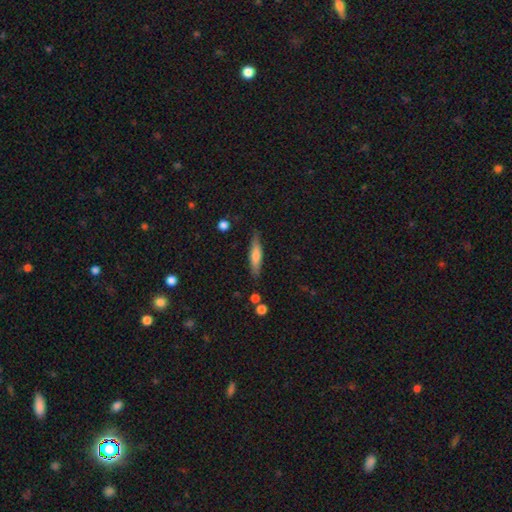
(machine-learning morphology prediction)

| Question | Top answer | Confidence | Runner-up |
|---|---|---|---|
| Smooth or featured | smooth | 61% | featured or disk (32%) |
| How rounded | cigar-shaped | 80% | in between (18%) |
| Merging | none | 84% | minor disturbance (12%) |